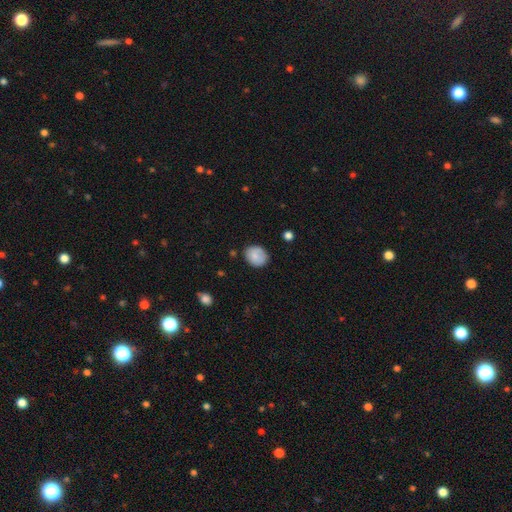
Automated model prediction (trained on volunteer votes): Q: Smooth or featured?
A: smooth (80%); runner-up: featured or disk (13%)
Q: How rounded?
A: round (63%); runner-up: in between (36%)
Q: Merging?
A: none (78%); runner-up: minor disturbance (16%)